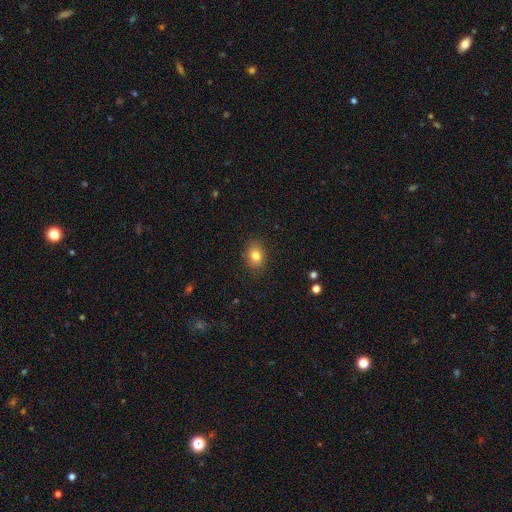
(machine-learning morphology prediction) Smooth or featured?
  - smooth: 81% *
  - star or artifact: 11%
  - featured or disk: 8%
How rounded?
  - in between: 59% *
  - round: 40%
  - cigar-shaped: 1%
Merging?
  - none: 87% *
  - minor disturbance: 9%
  - major disturbance: 2%
  - merger: 1%